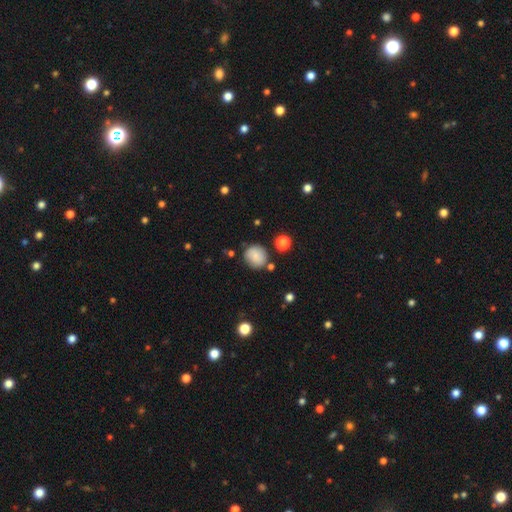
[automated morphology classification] This appears to be a smooth galaxy with no disk features (83%) that is round (83%). Merging: none (77%).